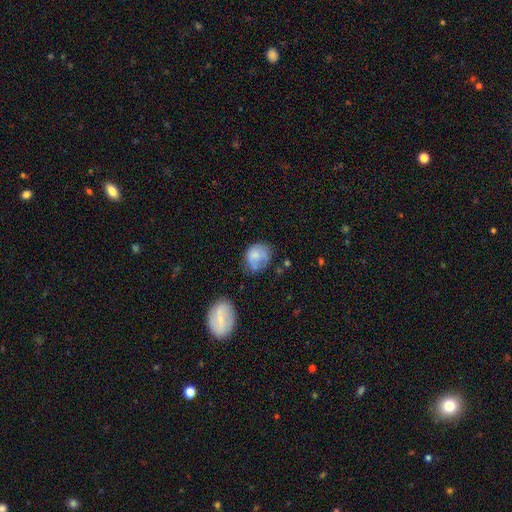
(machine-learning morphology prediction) type=smooth (72%); roundness=round (57%); merging=none (44%).